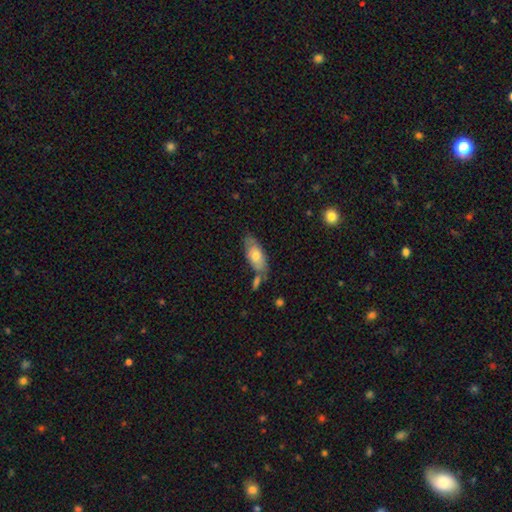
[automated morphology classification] type=smooth (63%); roundness=in between (82%); merging=none (57%).